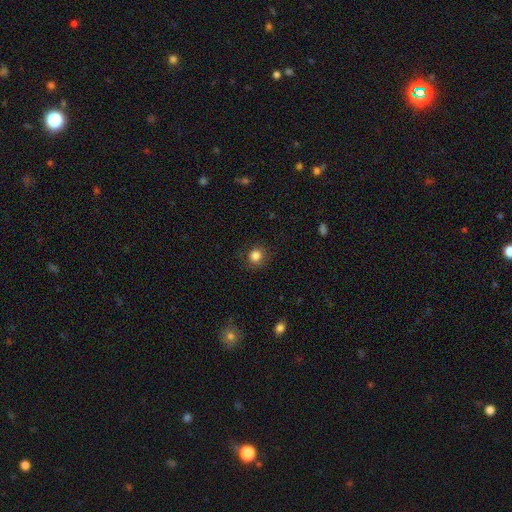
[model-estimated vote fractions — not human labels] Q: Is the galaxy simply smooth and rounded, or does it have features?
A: smooth — 84%.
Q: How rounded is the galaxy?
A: round — 90%.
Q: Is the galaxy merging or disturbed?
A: none — 86%.